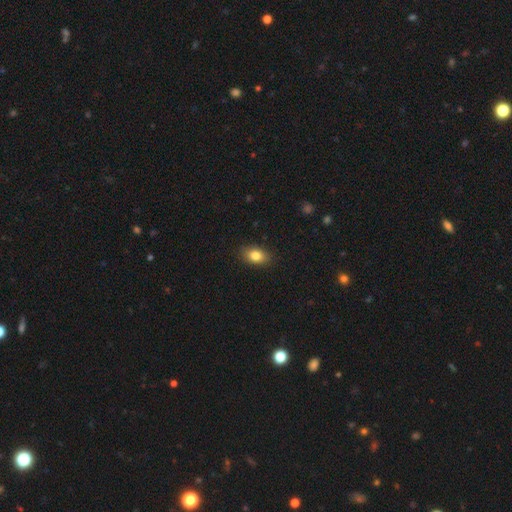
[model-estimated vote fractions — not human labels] This appears to be a smooth galaxy with no disk features (82%) that is in between round and cigar-shaped (81%). Merging: none (87%).